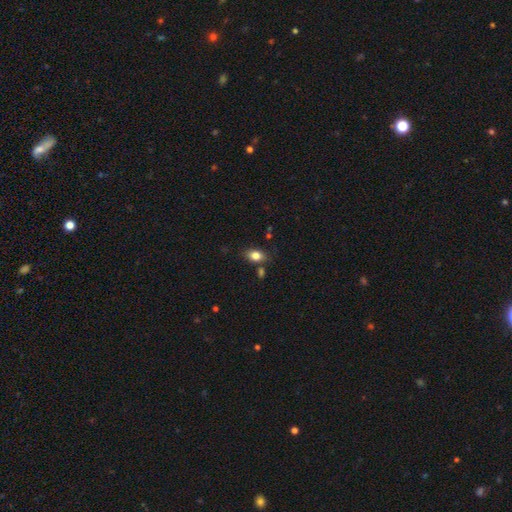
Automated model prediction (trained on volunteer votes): Q: Smooth or featured?
A: smooth (82%); runner-up: star or artifact (9%)
Q: How rounded?
A: in between (81%); runner-up: round (17%)
Q: Merging?
A: none (76%); runner-up: minor disturbance (14%)